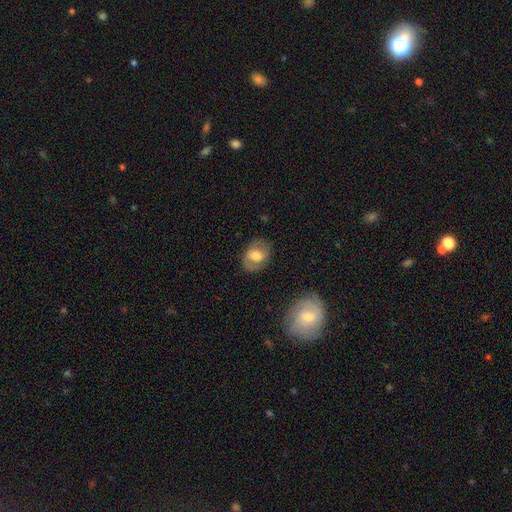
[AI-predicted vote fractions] smooth_or_featured: smooth (p=0.55) [alt: featured or disk p=0.37]
how_rounded: in between (p=0.68) [alt: round p=0.30]
merging: none (p=0.74) [alt: minor disturbance p=0.17]